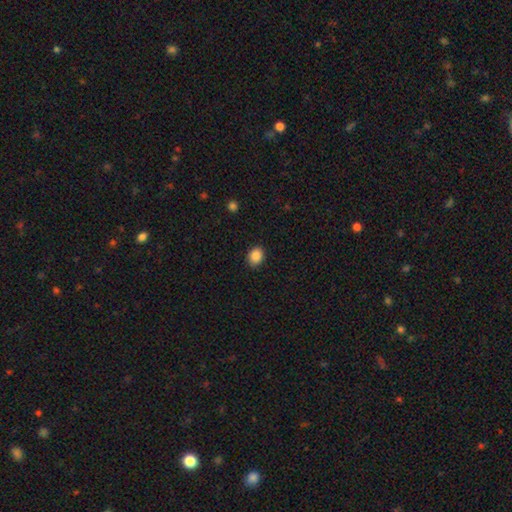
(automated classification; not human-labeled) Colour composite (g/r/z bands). It shows a smooth galaxy with no disk features (88%) that is in between round and cigar-shaped (56%). Merging: none (88%).